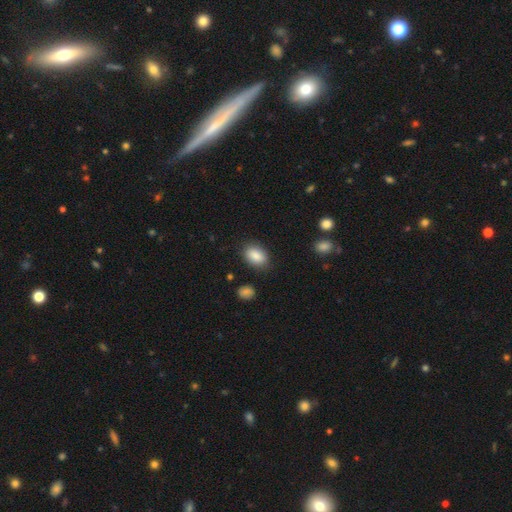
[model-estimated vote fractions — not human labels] Smooth or featured?
  - smooth: 87% *
  - star or artifact: 7%
  - featured or disk: 5%
How rounded?
  - in between: 83% *
  - round: 15%
  - cigar-shaped: 1%
Merging?
  - none: 83% *
  - minor disturbance: 12%
  - major disturbance: 3%
  - merger: 2%